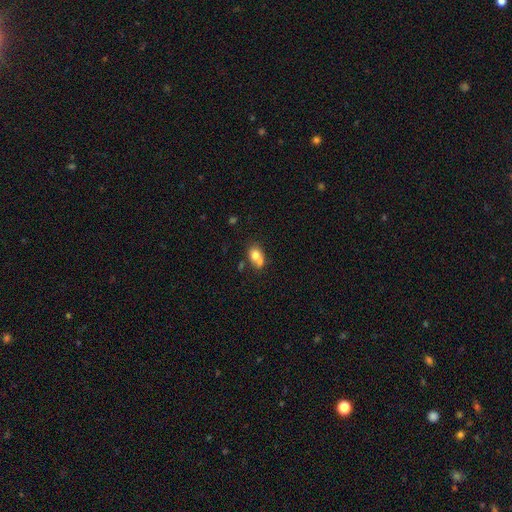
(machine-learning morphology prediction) A smooth galaxy with no disk features (73%) that is in between round and cigar-shaped (55%).

Vote fractions:
- Smooth or featured? smooth: 73% / featured or disk: 17% / star or artifact: 10%
- How rounded? in between: 55% / round: 43% / cigar-shaped: 1%
- Merging? merger: 41% / none: 38% / minor disturbance: 15% / major disturbance: 6%